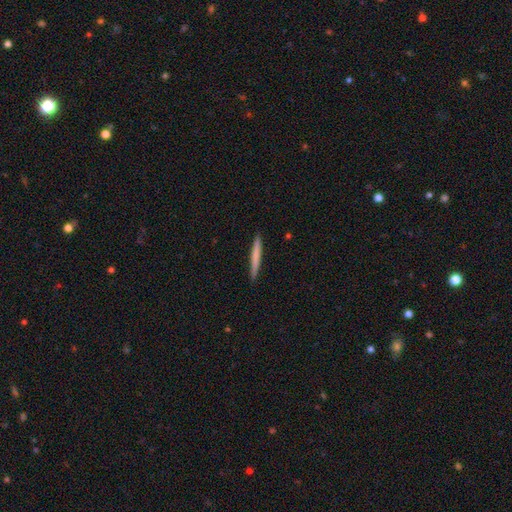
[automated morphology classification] smooth_or_featured: smooth (p=0.67) [alt: featured or disk p=0.28]
how_rounded: cigar-shaped (p=0.97) [alt: in between p=0.02]
merging: none (p=0.92) [alt: minor disturbance p=0.06]